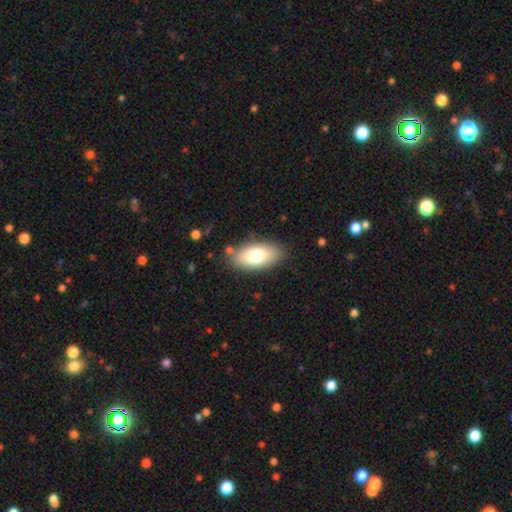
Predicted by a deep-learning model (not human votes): Smooth or featured? Predicted: smooth (p=0.76). How rounded? Predicted: in between (p=0.90). Merging? Predicted: none (p=0.82).